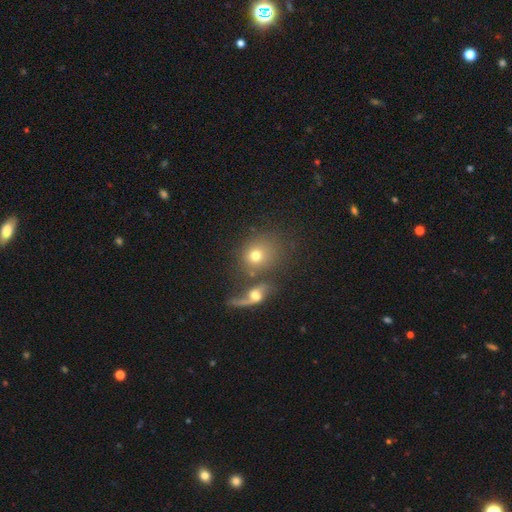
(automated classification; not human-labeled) A smooth galaxy with no disk features (67%) that is round (72%).

Vote fractions:
- Smooth or featured? smooth: 67% / featured or disk: 21% / star or artifact: 12%
- How rounded? round: 72% / in between: 27% / cigar-shaped: 2%
- Merging? none: 43% / merger: 36% / major disturbance: 11% / minor disturbance: 11%